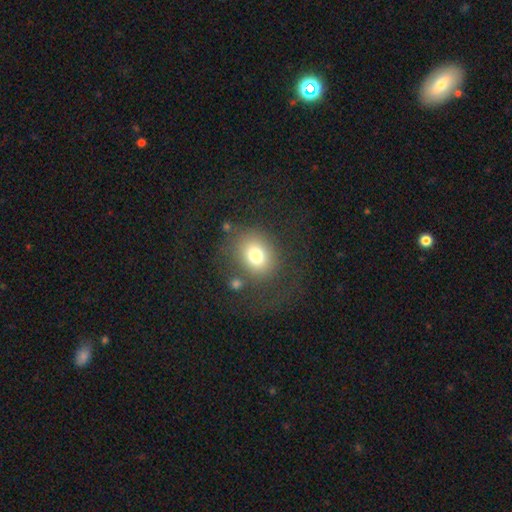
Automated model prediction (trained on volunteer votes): smooth_or_featured: smooth (p=0.75) [alt: featured or disk p=0.13]
how_rounded: round (p=0.58) [alt: in between p=0.41]
merging: none (p=0.66) [alt: minor disturbance p=0.16]